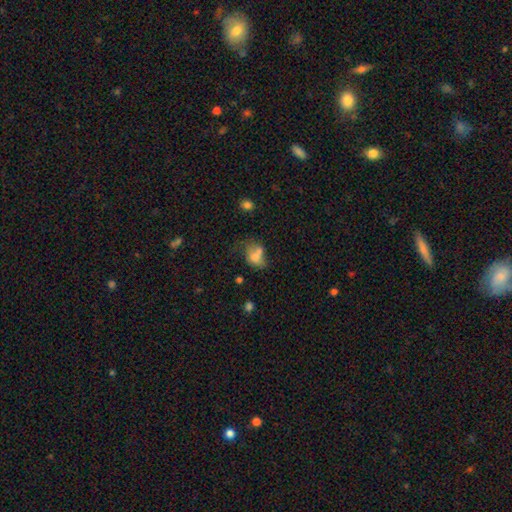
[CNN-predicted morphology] This appears to be a smooth galaxy with no disk features (65%) that is in between round and cigar-shaped (67%). Merging: merger (32%).